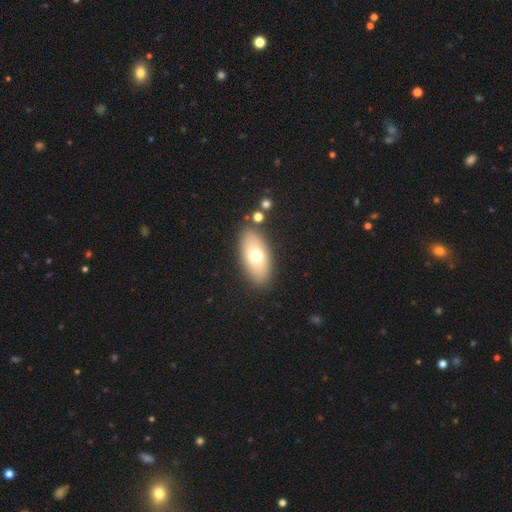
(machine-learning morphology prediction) Q: Smooth or featured?
A: smooth (67%); runner-up: featured or disk (25%)
Q: How rounded?
A: in between (88%); runner-up: cigar-shaped (7%)
Q: Merging?
A: none (84%); runner-up: minor disturbance (9%)